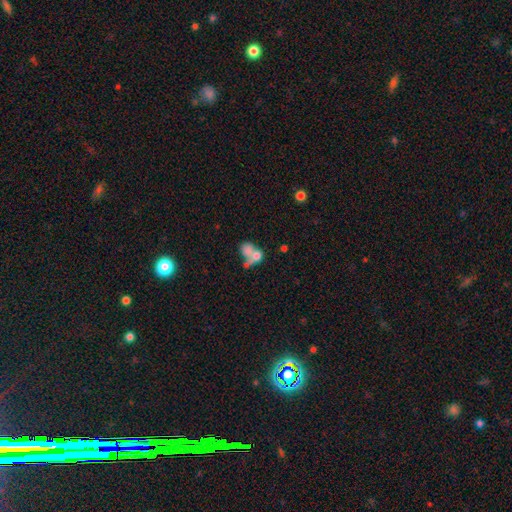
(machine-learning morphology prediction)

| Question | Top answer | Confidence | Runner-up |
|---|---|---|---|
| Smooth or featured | smooth | 64% | featured or disk (25%) |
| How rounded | in between | 55% | round (43%) |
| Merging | merger | 61% | none (20%) |